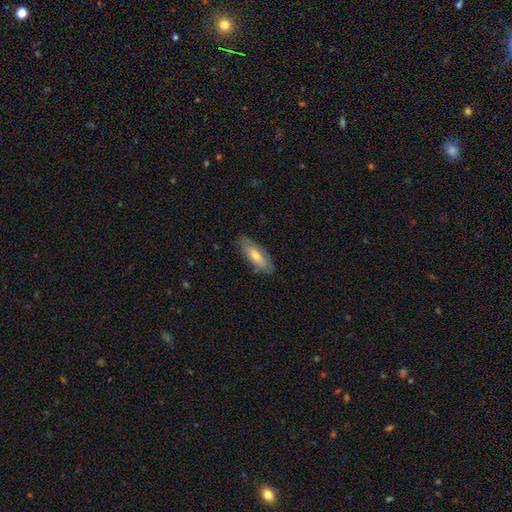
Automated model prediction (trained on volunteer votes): Morphology: type=smooth (60%); roundness=in between (66%); merging=none (82%).